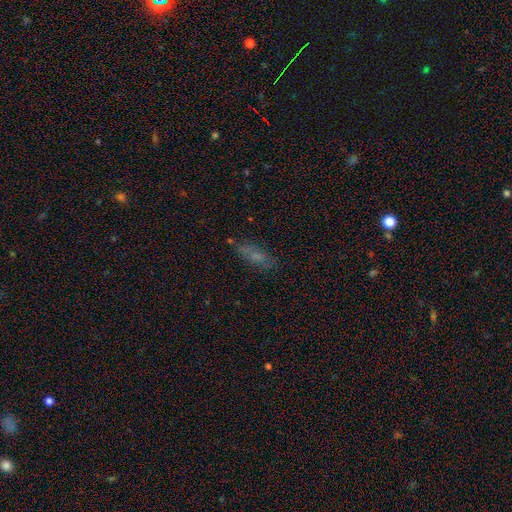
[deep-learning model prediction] Morphology: type=smooth (58%); roundness=in between (57%); merging=none (70%).